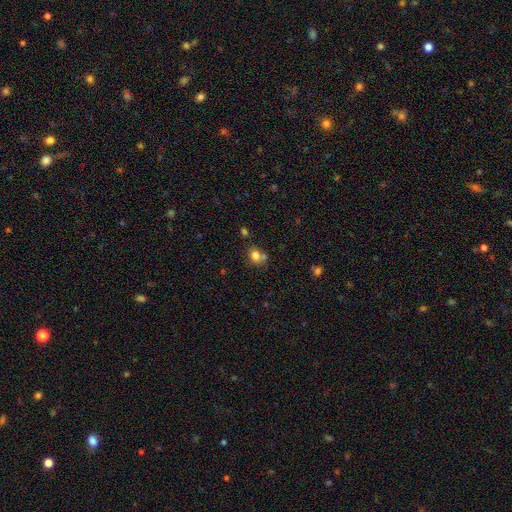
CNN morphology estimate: Overall: smooth (77%). How rounded: round (66%; in between 33%). Merging: none (52%; merger 28%).